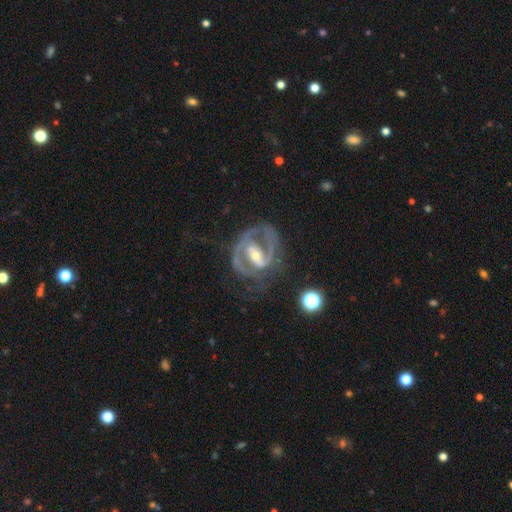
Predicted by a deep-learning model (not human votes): Smooth or featured? Predicted: featured or disk (p=0.88). Edge-on disk? Predicted: no (p=0.97). Bar? Predicted: strong (p=0.45). Spiral arms? Predicted: yes (p=0.90). Spiral winding? Predicted: medium (p=0.50). Spiral arm count? Predicted: 2 (p=0.76). Bulge size? Predicted: moderate (p=0.49). Merging? Predicted: none (p=0.54).